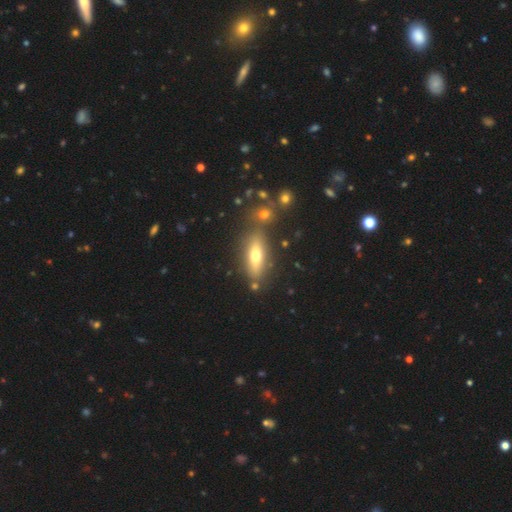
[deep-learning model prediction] Q: Smooth or featured?
A: smooth (58%); runner-up: featured or disk (33%)
Q: How rounded?
A: in between (59%); runner-up: cigar-shaped (37%)
Q: Merging?
A: none (76%); runner-up: minor disturbance (11%)